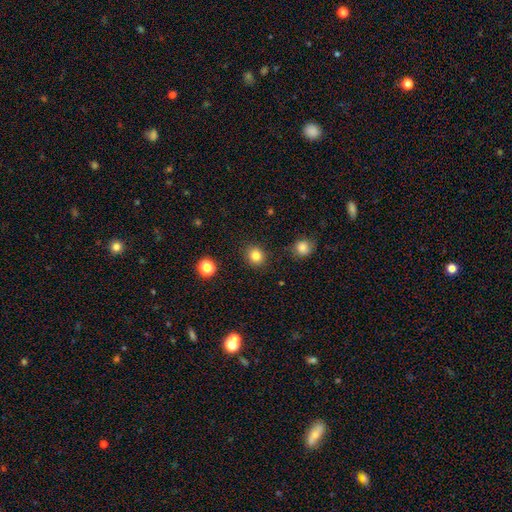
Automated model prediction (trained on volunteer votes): Smooth or featured?
  - smooth: 83% *
  - star or artifact: 12%
  - featured or disk: 6%
How rounded?
  - round: 80% *
  - in between: 19%
  - cigar-shaped: 1%
Merging?
  - none: 89% *
  - minor disturbance: 7%
  - major disturbance: 2%
  - merger: 2%